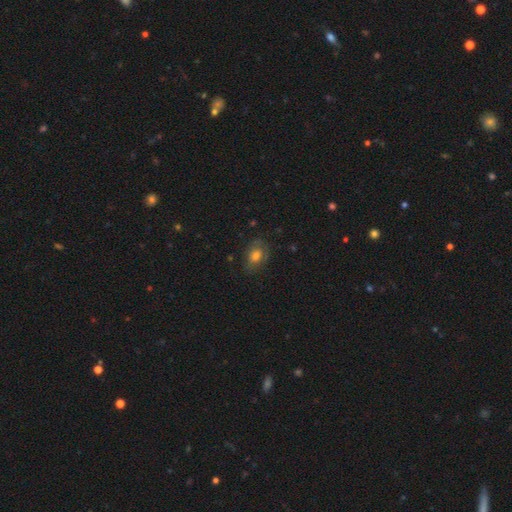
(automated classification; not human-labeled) This appears to be a smooth galaxy with no disk features (64%) that is in between round and cigar-shaped (70%). Merging: none (69%).